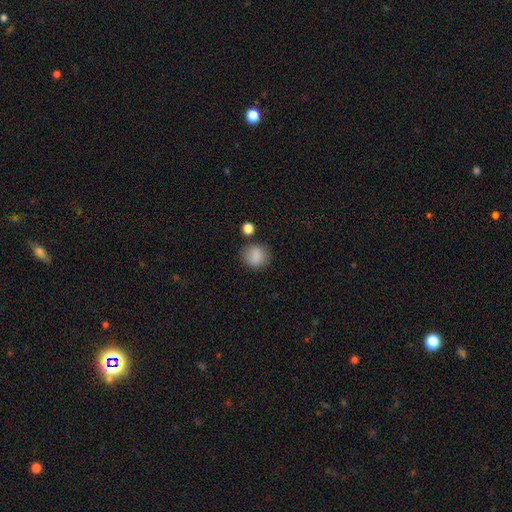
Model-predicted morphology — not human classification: type=smooth (85%); roundness=round (74%); merging=none (75%).